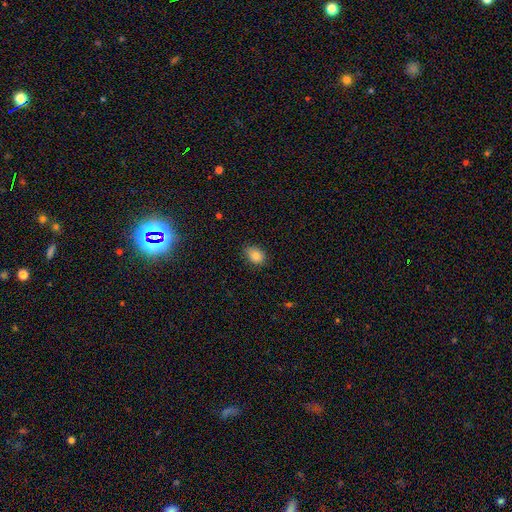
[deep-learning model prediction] A smooth galaxy with no disk features (83%) that is in between round and cigar-shaped (69%). Merging: none (81%).